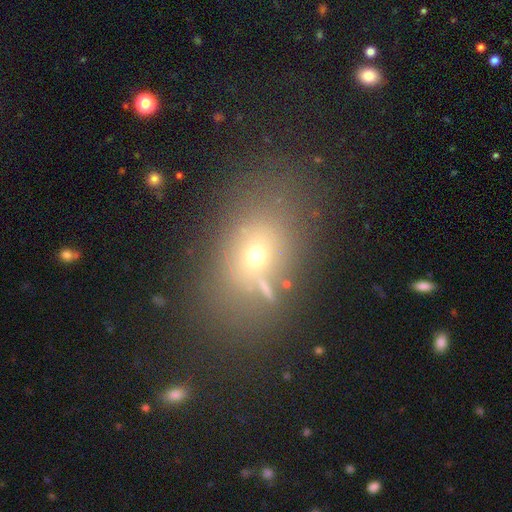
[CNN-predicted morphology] A smooth galaxy with no disk features (59%) that is in between round and cigar-shaped (69%).

Vote fractions:
- Smooth or featured? smooth: 59% / star or artifact: 22% / featured or disk: 19%
- How rounded? in between: 69% / round: 29% / cigar-shaped: 3%
- Merging? none: 67% / minor disturbance: 15% / merger: 10% / major disturbance: 8%